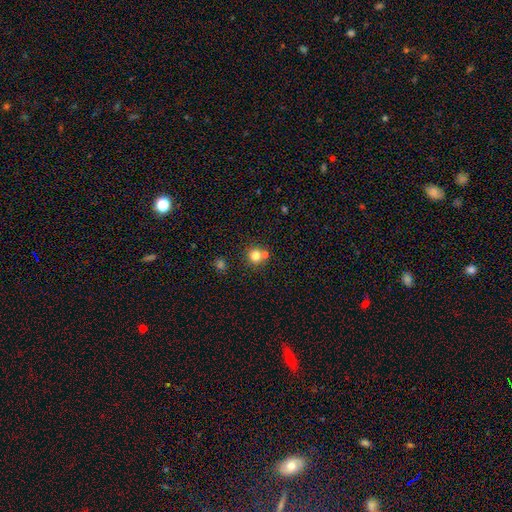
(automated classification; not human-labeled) Q: Smooth or featured?
A: smooth (78%); runner-up: star or artifact (13%)
Q: How rounded?
A: round (88%); runner-up: in between (11%)
Q: Merging?
A: none (57%); runner-up: merger (32%)